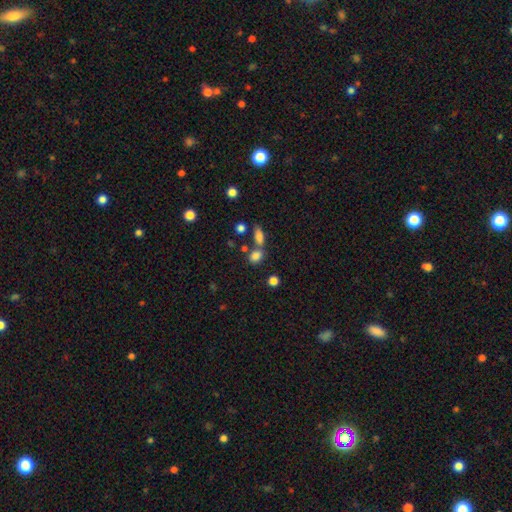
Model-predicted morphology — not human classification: Smooth or featured?
  - smooth: 81% *
  - star or artifact: 12%
  - featured or disk: 7%
How rounded?
  - in between: 61% *
  - round: 36%
  - cigar-shaped: 3%
Merging?
  - none: 52% *
  - merger: 32%
  - minor disturbance: 11%
  - major disturbance: 5%